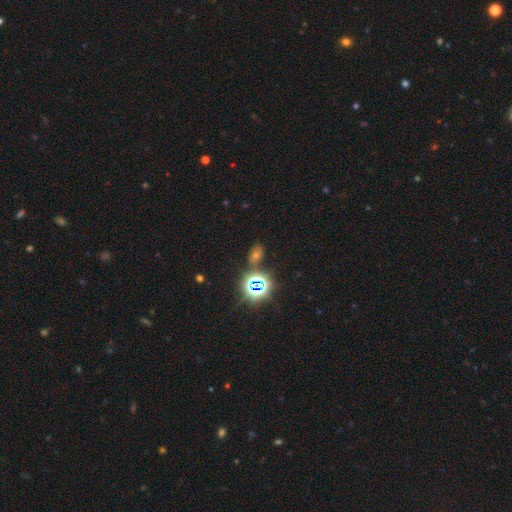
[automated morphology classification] smooth-or-featured: star or artifact: 55% | smooth: 34% | featured or disk: 11%